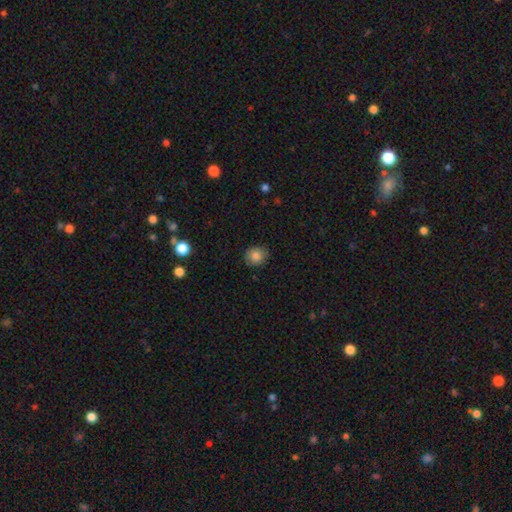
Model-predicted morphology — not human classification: The model was most divided on "how rounded": round: 74%, in between: 25%, cigar-shaped: 1%. More confident: merging — none (85%); smooth or featured — smooth (83%).